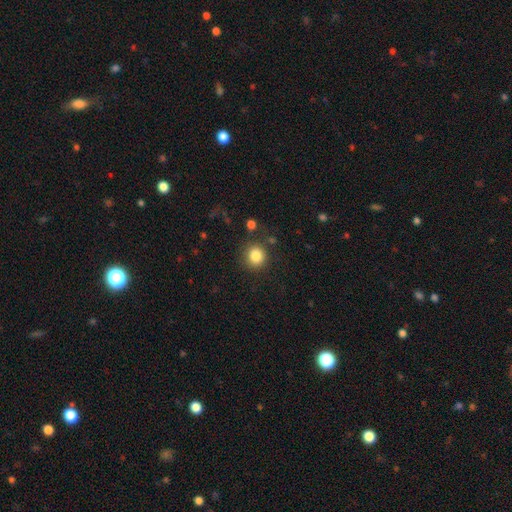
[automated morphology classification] smooth 84%, star or artifact 11%, featured or disk 5%. Down the decision tree: how rounded — round (89%); merging — none (85%).